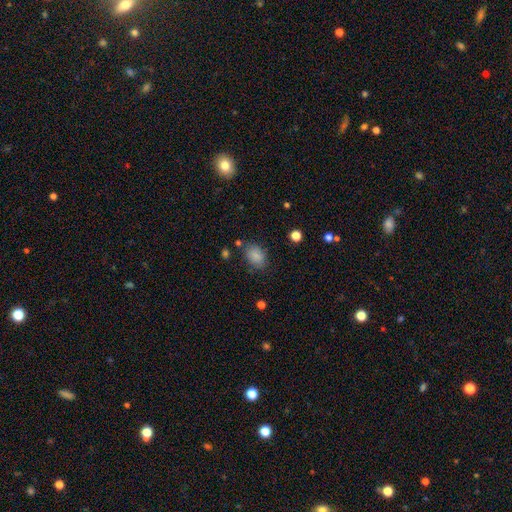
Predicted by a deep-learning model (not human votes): smooth-or-featured: smooth: 86% | star or artifact: 9% | featured or disk: 5%
  how-rounded: in between: 77% | round: 22% | cigar-shaped: 1%
  merging: none: 78% | minor disturbance: 14% | major disturbance: 4% | merger: 3%